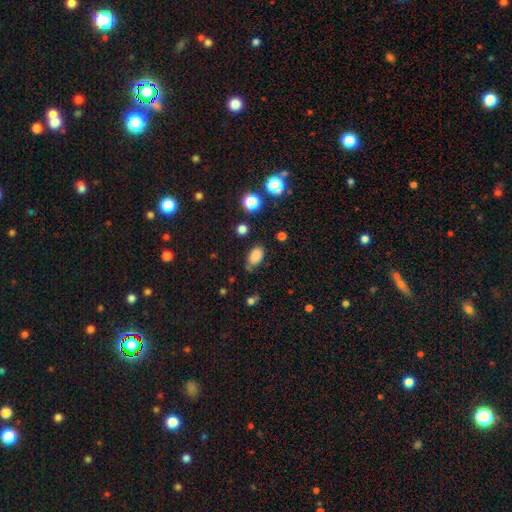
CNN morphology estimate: This is clearly a smooth galaxy (83%). How rounded: clearly in between (87%). Merging: likely none (64%).